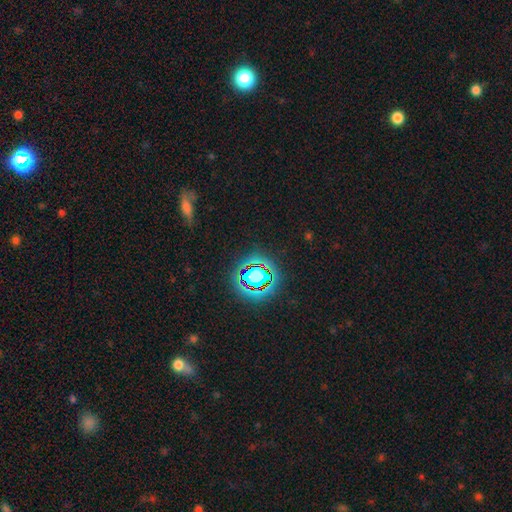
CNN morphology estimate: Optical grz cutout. It shows a star or artifact, not a galaxy (73%).